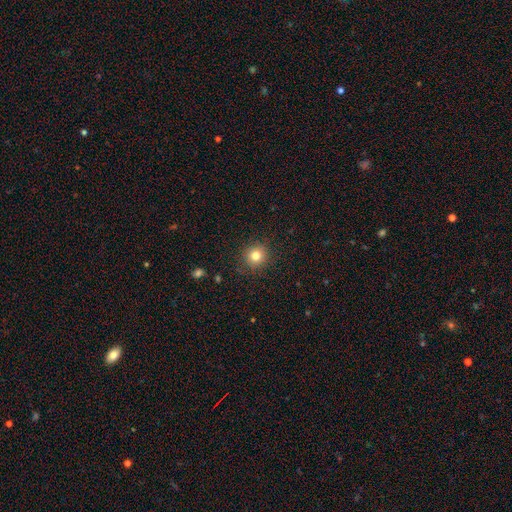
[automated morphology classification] A smooth galaxy with no disk features (80%) that is round (90%). Merging: none (90%).